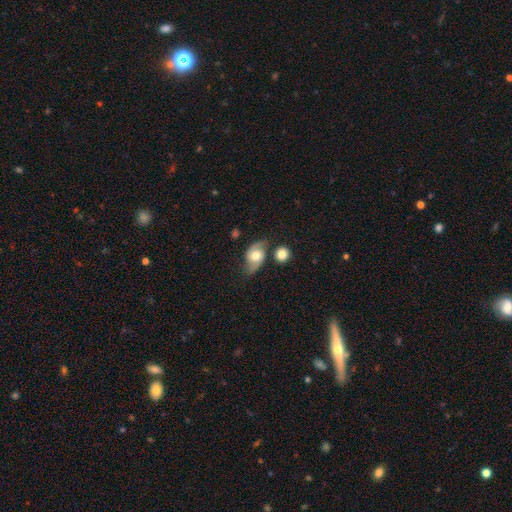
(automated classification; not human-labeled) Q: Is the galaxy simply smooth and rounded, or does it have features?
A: featured or disk — 61%.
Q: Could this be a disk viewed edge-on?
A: no — 95%.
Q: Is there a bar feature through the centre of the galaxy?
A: no — 71%.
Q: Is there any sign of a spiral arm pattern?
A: yes — 84%.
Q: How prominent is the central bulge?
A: moderate — 69%.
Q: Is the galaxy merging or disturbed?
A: none — 59%.